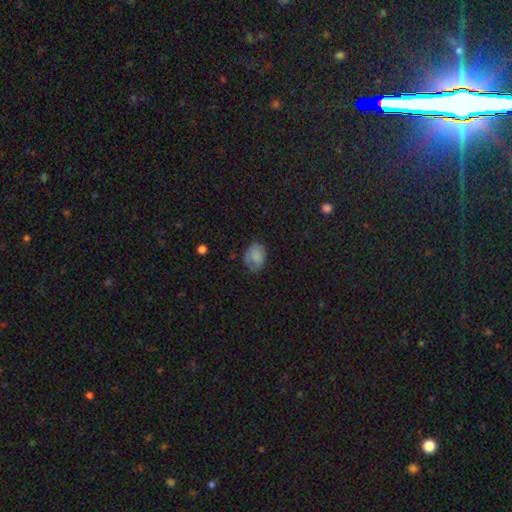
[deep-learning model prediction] The model was most divided on "merging": none: 64%, minor disturbance: 26%, major disturbance: 8%, merger: 1%. More confident: smooth or featured — smooth (79%); how rounded — in between (69%).